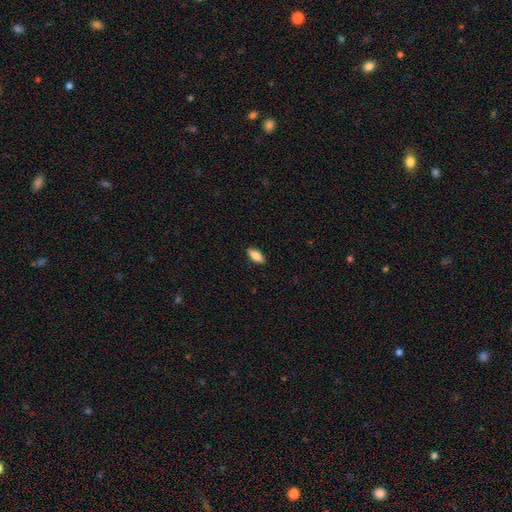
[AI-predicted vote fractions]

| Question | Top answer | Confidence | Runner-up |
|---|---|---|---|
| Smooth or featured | smooth | 81% | featured or disk (13%) |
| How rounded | in between | 85% | cigar-shaped (12%) |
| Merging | none | 89% | minor disturbance (8%) |